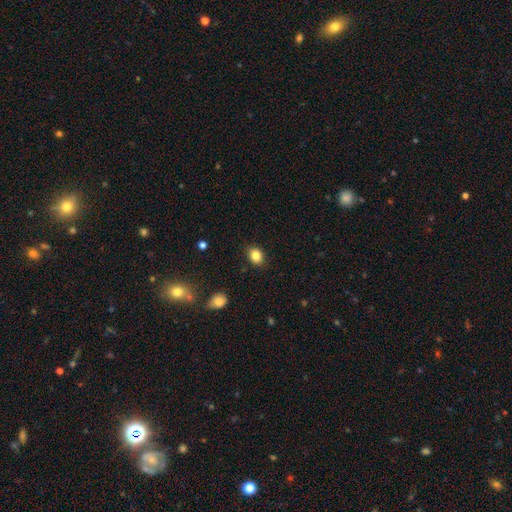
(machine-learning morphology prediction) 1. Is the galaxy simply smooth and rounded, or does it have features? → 85% smooth, 10% star or artifact, 5% featured or disk.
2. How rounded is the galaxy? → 61% in between, 38% round, 1% cigar-shaped.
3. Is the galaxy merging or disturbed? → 87% none, 10% minor disturbance, 2% major disturbance, 1% merger.